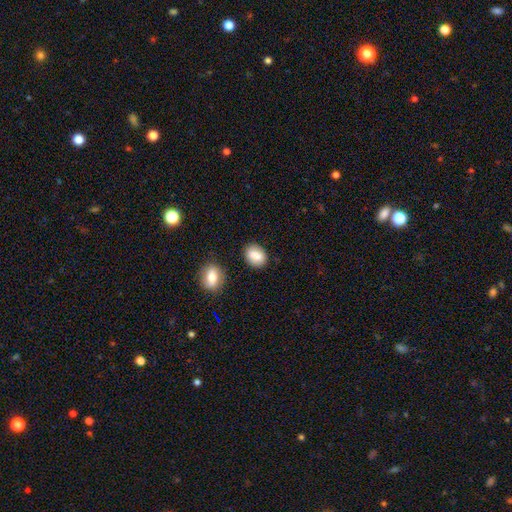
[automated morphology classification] This is clearly a smooth galaxy (82%). How rounded: likely in between (68%). Merging: clearly none (84%).